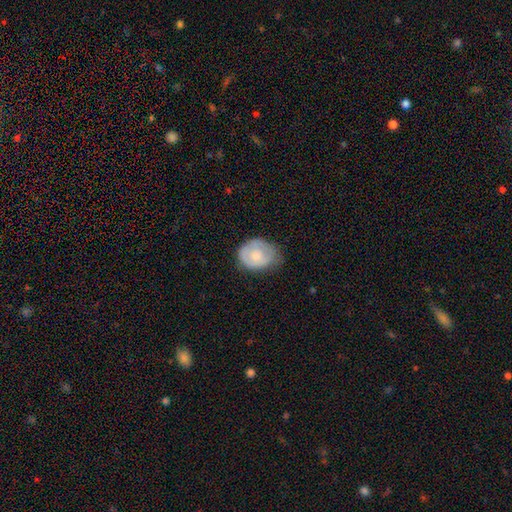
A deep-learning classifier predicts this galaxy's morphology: smooth 59%, featured or disk 35%, star or artifact 6%. Down the decision tree: how rounded — in between (52%); merging — none (54%).